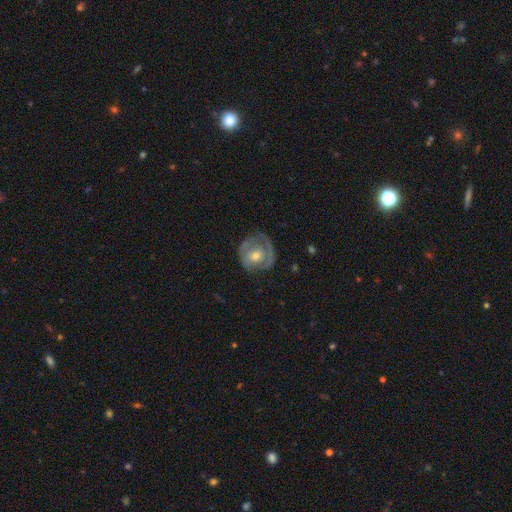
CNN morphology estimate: This appears to be a featured or disk galaxy (66%) with no bar (74%), spiral arms (67%) and a moderate central bulge (50%). Merging: none (61%).